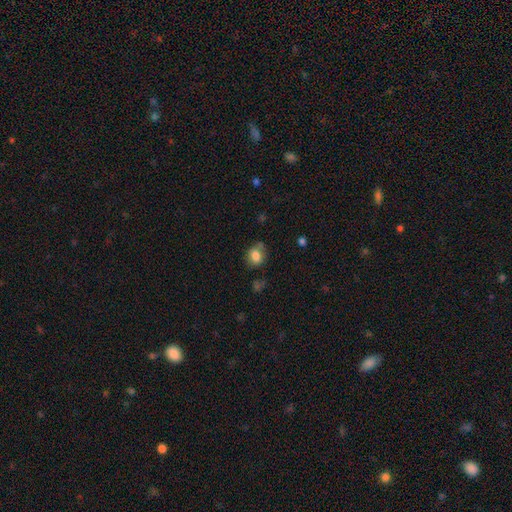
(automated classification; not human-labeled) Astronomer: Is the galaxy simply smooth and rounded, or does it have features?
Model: smooth — 80%.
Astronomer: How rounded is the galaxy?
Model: round — 52% (runner-up: in between, 47%).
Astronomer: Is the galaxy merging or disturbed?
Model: none — 64%.